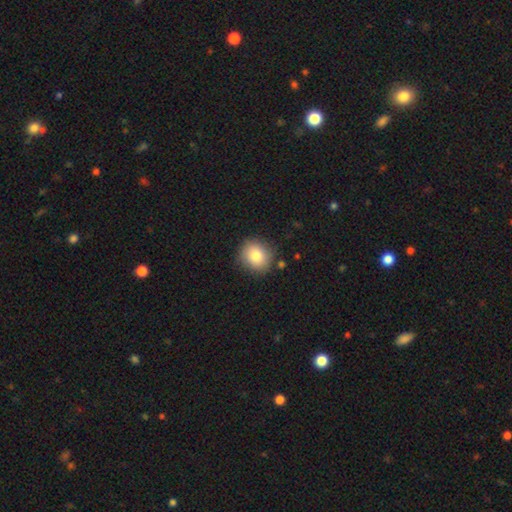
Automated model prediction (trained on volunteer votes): Q: Smooth or featured?
A: smooth (81%); runner-up: featured or disk (10%)
Q: How rounded?
A: round (83%); runner-up: in between (16%)
Q: Merging?
A: none (84%); runner-up: minor disturbance (11%)